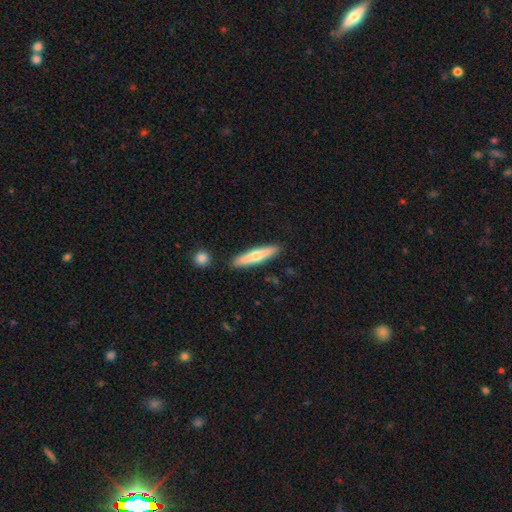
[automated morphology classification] Smooth or featured? Predicted: smooth (p=0.50). Merging? Predicted: none (p=0.88).